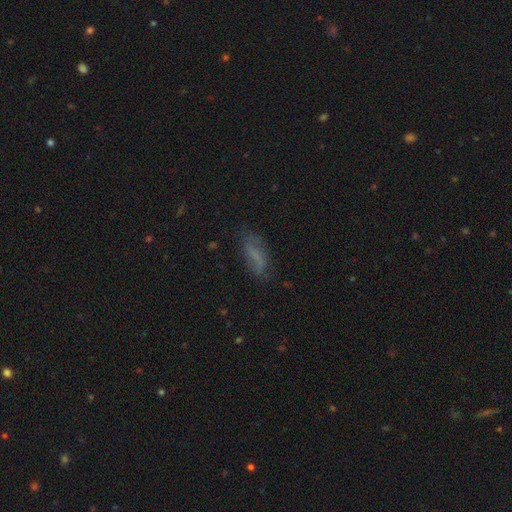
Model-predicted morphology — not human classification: Q: Smooth or featured?
A: smooth (58%); runner-up: featured or disk (30%)
Q: How rounded?
A: in between (70%); runner-up: cigar-shaped (27%)
Q: Merging?
A: none (68%); runner-up: minor disturbance (21%)